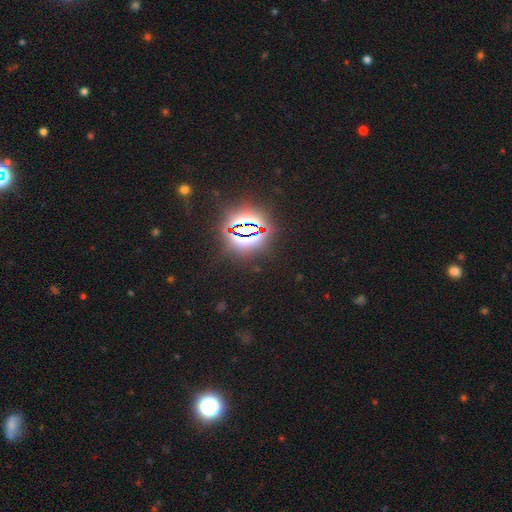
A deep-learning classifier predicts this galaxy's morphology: A star or artifact, not a galaxy (84%).